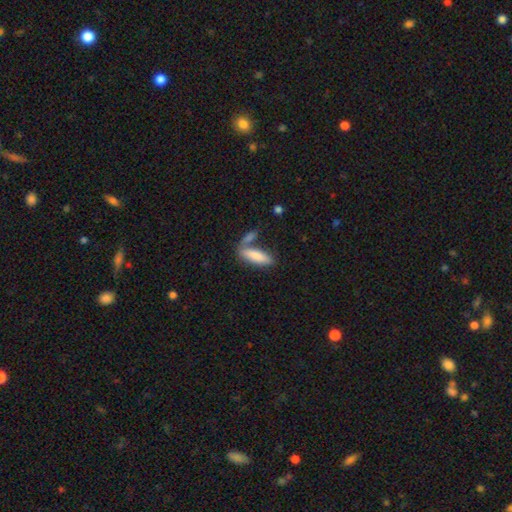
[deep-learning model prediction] A smooth galaxy with no disk features (82%) that is in between round and cigar-shaped (53%).

Vote fractions:
- Smooth or featured? smooth: 82% / featured or disk: 12% / star or artifact: 6%
- How rounded? in between: 53% / cigar-shaped: 45% / round: 2%
- Merging? none: 47% / merger: 33% / minor disturbance: 13% / major disturbance: 6%